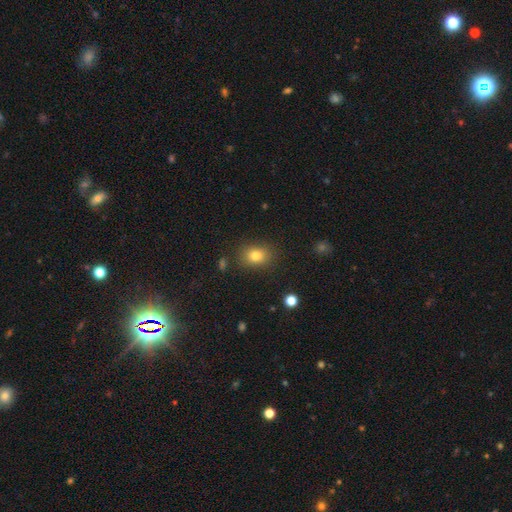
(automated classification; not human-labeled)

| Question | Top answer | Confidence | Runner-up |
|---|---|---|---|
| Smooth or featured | smooth | 79% | star or artifact (12%) |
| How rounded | in between | 54% | round (44%) |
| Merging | none | 84% | minor disturbance (11%) |